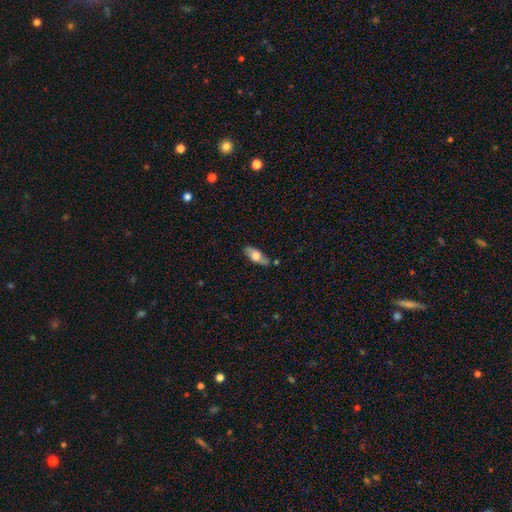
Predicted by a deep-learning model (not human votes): Smooth or featured? Predicted: smooth (p=0.63). How rounded? Predicted: in between (p=0.78). Merging? Predicted: none (p=0.75).